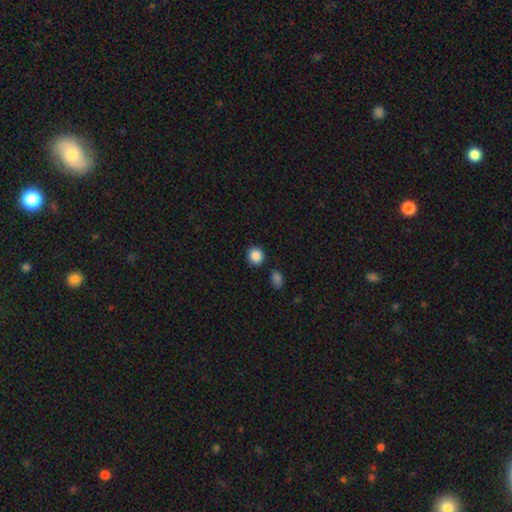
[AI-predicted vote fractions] Morphology: type=smooth (88%); roundness=round (87%); merging=none (87%).